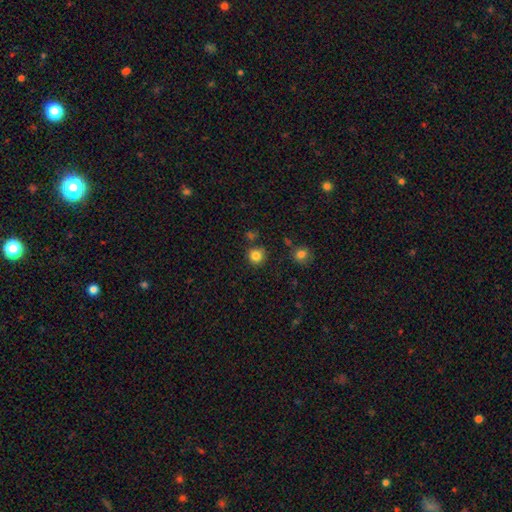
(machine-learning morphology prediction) smooth 83%, star or artifact 12%, featured or disk 5%. Down the decision tree: how rounded — round (93%); merging — none (84%).